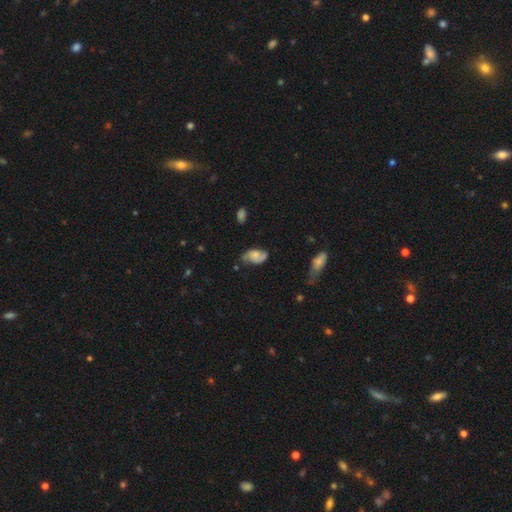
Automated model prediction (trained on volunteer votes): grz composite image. It shows a featured or disk galaxy (50%). Merging: none (54%).